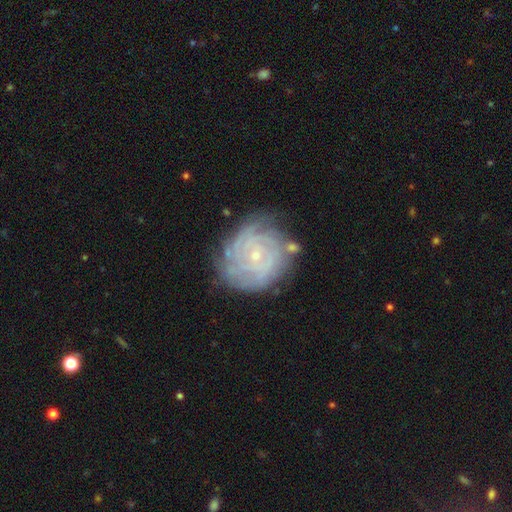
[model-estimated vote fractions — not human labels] A featured or disk galaxy (82%) with no bar (76%), tight (80%) spiral arms (94%) and a small central bulge (85%). Merging: none (69%).